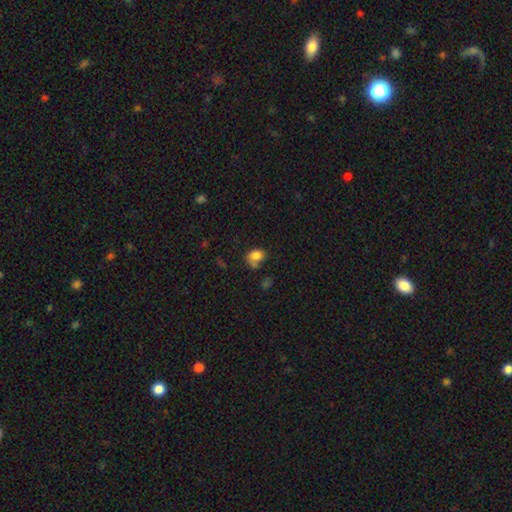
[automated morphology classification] The model was most divided on "how rounded": in between: 60%, round: 39%, cigar-shaped: 1%. Remaining: smooth or featured — smooth (79%); merging — none (45%).